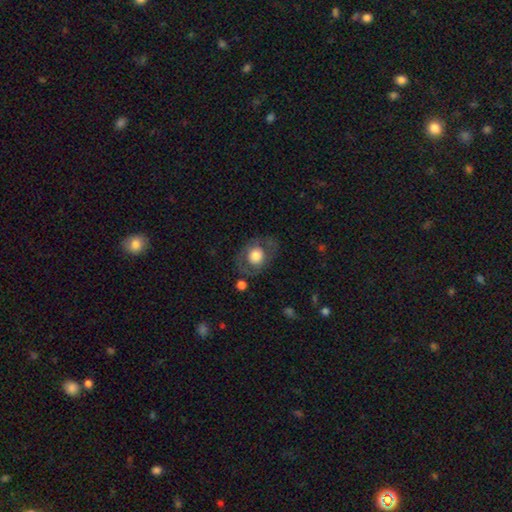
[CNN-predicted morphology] Smooth or featured? smooth (61%)
How rounded? round (61%)
Merging? none (71%)